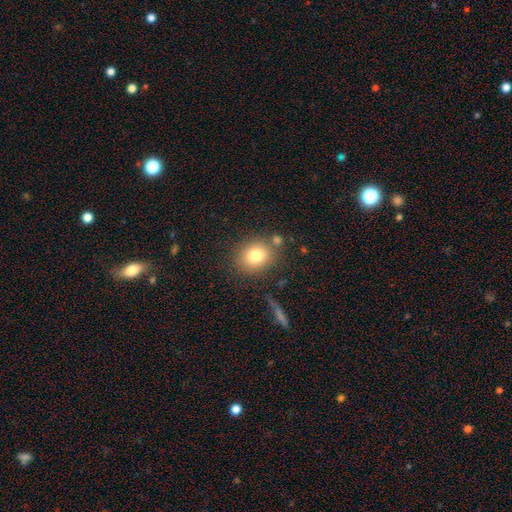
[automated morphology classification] smooth-or-featured: smooth: 79% | star or artifact: 11% | featured or disk: 10%
  how-rounded: round: 71% | in between: 27% | cigar-shaped: 1%
  merging: none: 77% | minor disturbance: 11% | merger: 8% | major disturbance: 4%